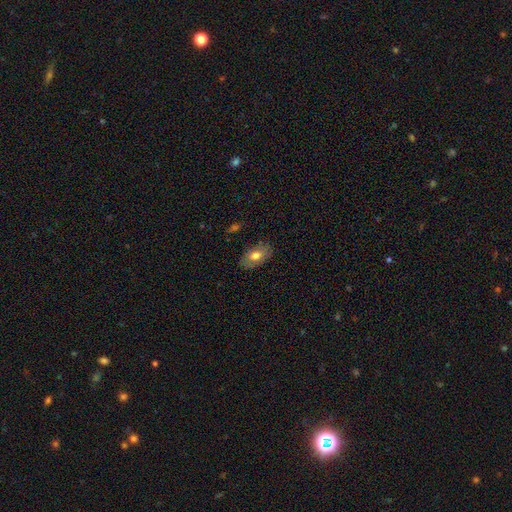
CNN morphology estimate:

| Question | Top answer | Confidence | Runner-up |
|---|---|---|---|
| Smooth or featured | smooth | 71% | featured or disk (22%) |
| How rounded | in between | 92% | round (6%) |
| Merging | none | 81% | minor disturbance (14%) |